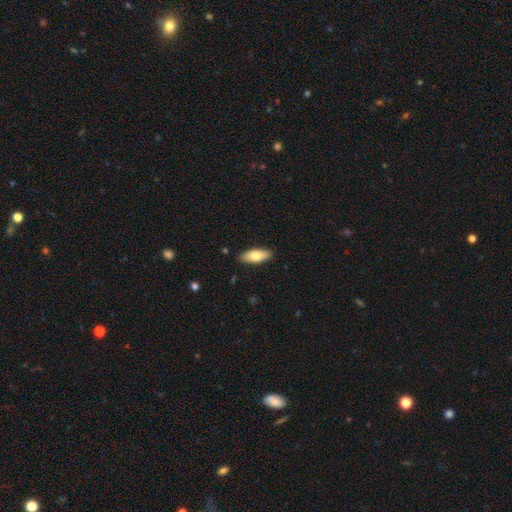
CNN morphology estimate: Overall: smooth (74%). How rounded: in between (76%). Merging: none (89%).